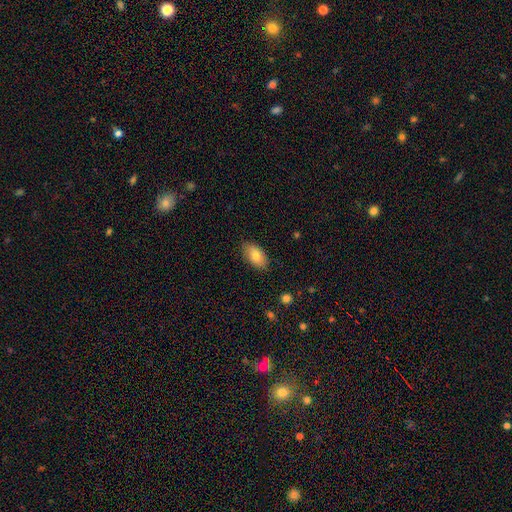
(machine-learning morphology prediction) Smooth or featured: smooth — 80% (featured or disk — 13%)
How rounded: in between — 93% (round — 4%)
Merging: none — 84% (minor disturbance — 12%)